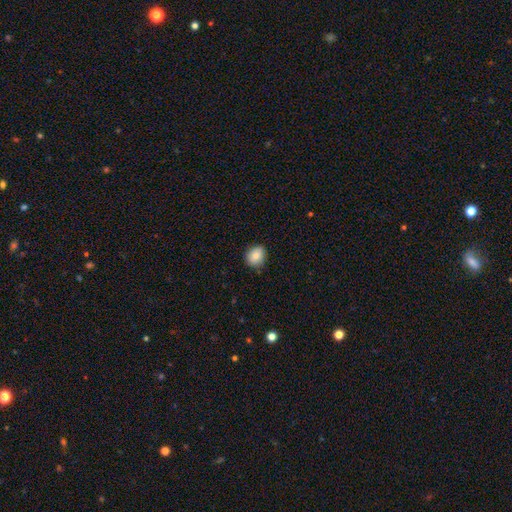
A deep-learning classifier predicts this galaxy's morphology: Smooth or featured: smooth — 83% (star or artifact — 9%)
How rounded: round — 65% (in between — 34%)
Merging: none — 86% (minor disturbance — 10%)